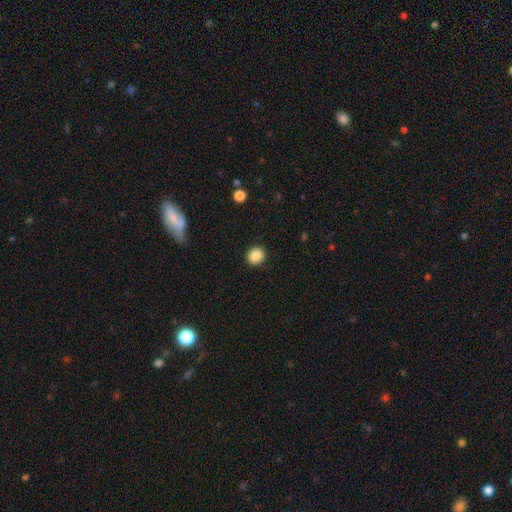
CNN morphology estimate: Overall: smooth (88%). How rounded: round (85%). Merging: none (92%).